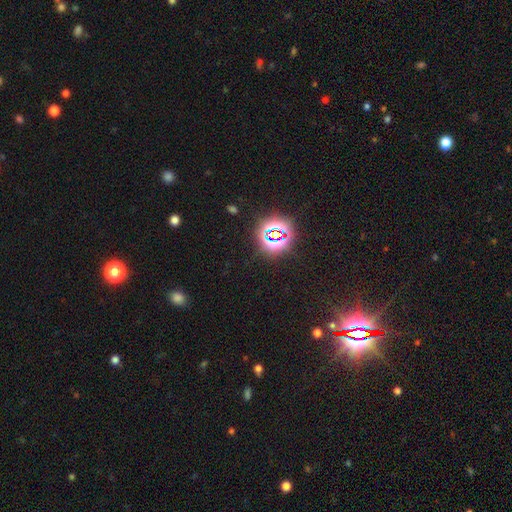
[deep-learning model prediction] A star or artifact, not a galaxy (78%).